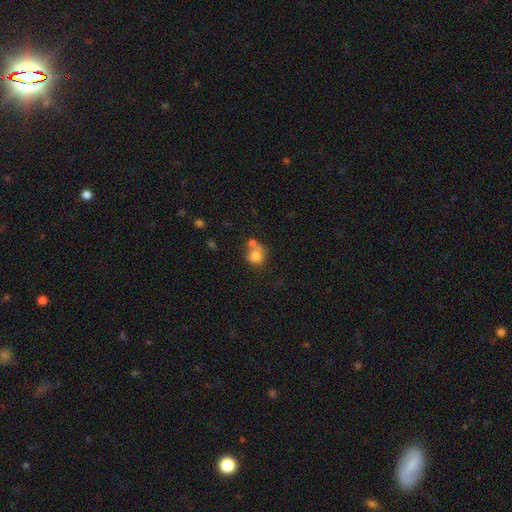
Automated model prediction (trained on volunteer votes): A smooth galaxy with no disk features (76%) that is round (71%). Merging: merger (41%).